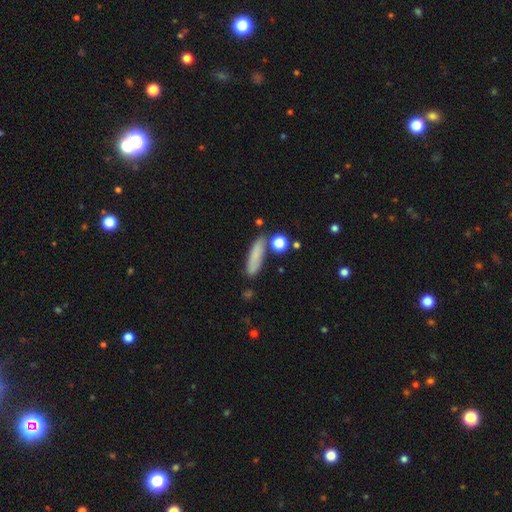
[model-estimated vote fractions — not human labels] smooth-or-featured: smooth: 78% | featured or disk: 13% | star or artifact: 9%
  how-rounded: cigar-shaped: 70% | in between: 26% | round: 4%
  merging: none: 72% | minor disturbance: 16% | merger: 7% | major disturbance: 5%